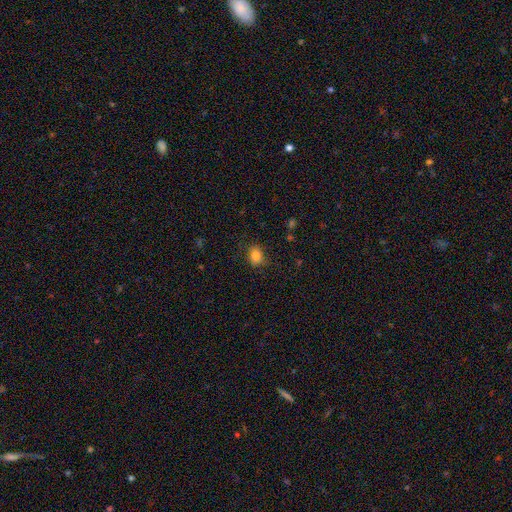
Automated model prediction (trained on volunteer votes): Morphology: type=smooth (82%); roundness=in between (56%); merging=none (81%).